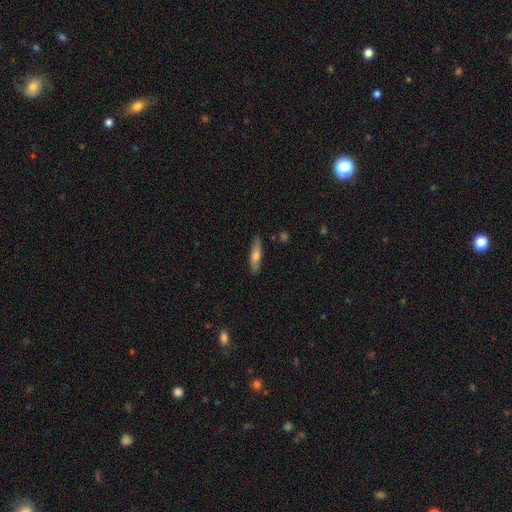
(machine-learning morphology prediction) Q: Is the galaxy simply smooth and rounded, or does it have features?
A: smooth — 60%.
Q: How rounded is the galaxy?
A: cigar-shaped — 73%.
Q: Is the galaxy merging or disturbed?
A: none — 86%.